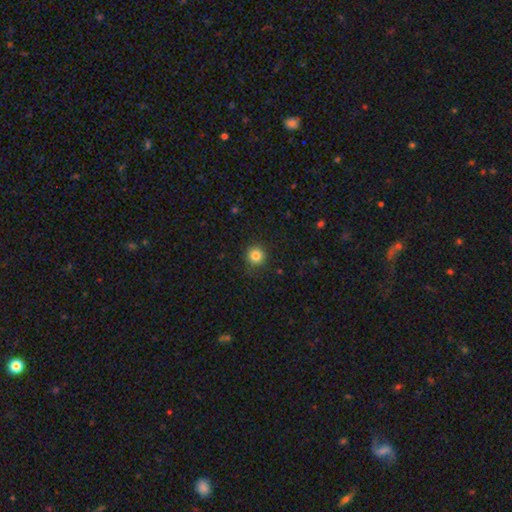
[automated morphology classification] smooth_or_featured: smooth (p=0.83) [alt: star or artifact p=0.12]
how_rounded: round (p=0.94) [alt: in between p=0.05]
merging: none (p=0.88) [alt: minor disturbance p=0.09]